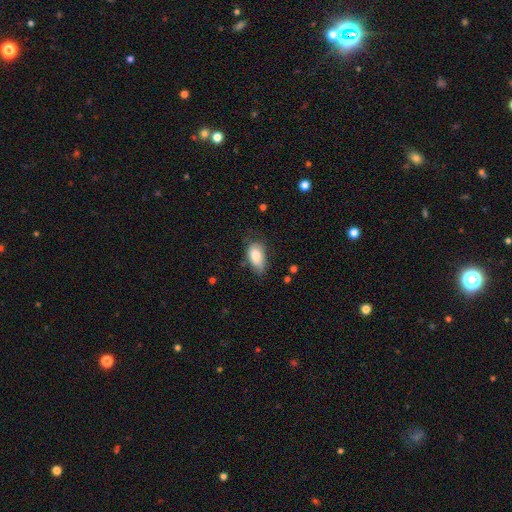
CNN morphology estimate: A smooth galaxy with no disk features (79%) that is in between round and cigar-shaped (92%).

Vote fractions:
- Smooth or featured? smooth: 79% / featured or disk: 14% / star or artifact: 7%
- How rounded? in between: 92% / round: 5% / cigar-shaped: 3%
- Merging? none: 54% / minor disturbance: 34% / major disturbance: 10% / merger: 2%